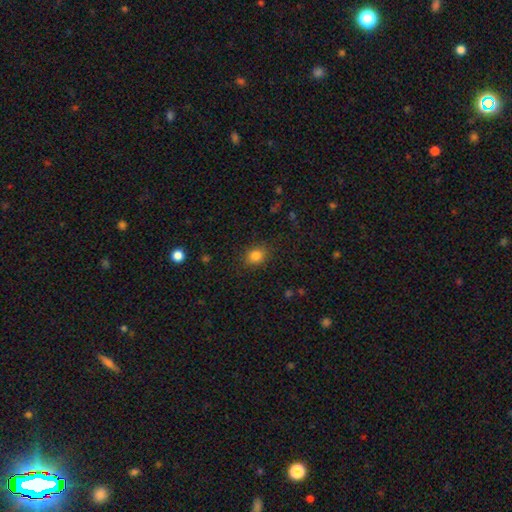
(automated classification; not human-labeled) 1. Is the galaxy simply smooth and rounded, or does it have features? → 83% smooth, 12% star or artifact, 5% featured or disk.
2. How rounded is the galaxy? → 57% round, 42% in between, 1% cigar-shaped.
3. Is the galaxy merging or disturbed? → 86% none, 10% minor disturbance, 3% major disturbance, 1% merger.